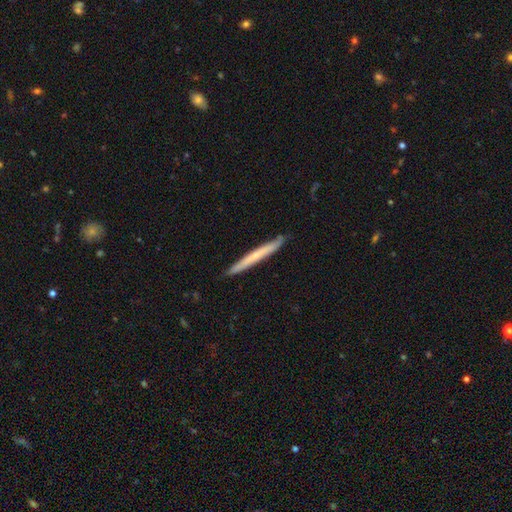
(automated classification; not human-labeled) smooth_or_featured: smooth (p=0.58) [alt: featured or disk p=0.37]
how_rounded: cigar-shaped (p=0.97) [alt: in between p=0.02]
merging: none (p=0.90) [alt: minor disturbance p=0.08]